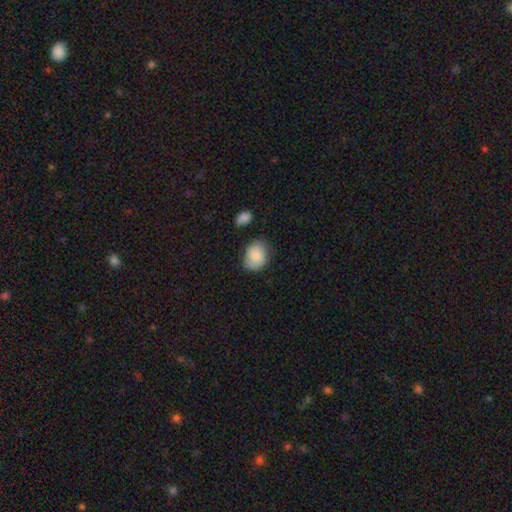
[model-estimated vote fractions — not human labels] This appears to be a smooth galaxy with no disk features (82%) that is in between round and cigar-shaped (54%). Merging: none (68%).